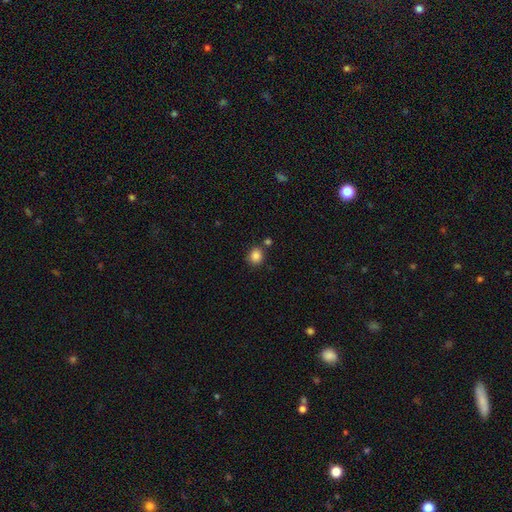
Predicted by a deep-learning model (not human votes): A smooth galaxy with no disk features (86%) that is round (78%).

Vote fractions:
- Smooth or featured? smooth: 86% / star or artifact: 10% / featured or disk: 4%
- How rounded? round: 78% / in between: 22% / cigar-shaped: 1%
- Merging? none: 77% / minor disturbance: 11% / merger: 9% / major disturbance: 3%